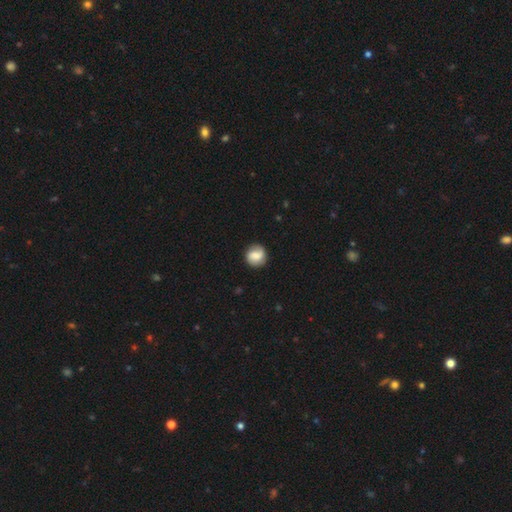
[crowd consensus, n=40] This appears to be a smooth galaxy with no disk features (78%) that is round (100%). Merging: none (90%).